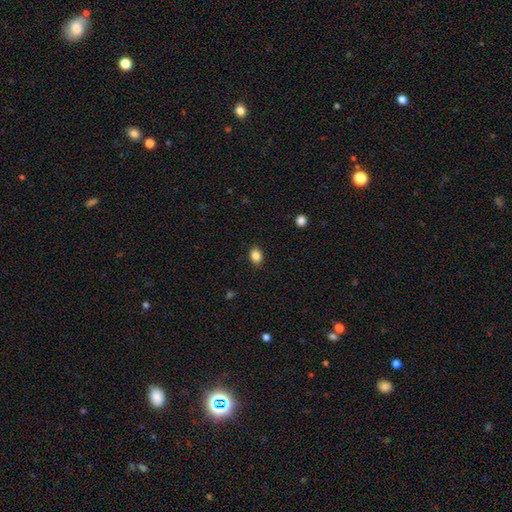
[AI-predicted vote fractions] smooth_or_featured: smooth (p=0.86) [alt: star or artifact p=0.10]
how_rounded: in between (p=0.69) [alt: round p=0.30]
merging: none (p=0.89) [alt: minor disturbance p=0.08]